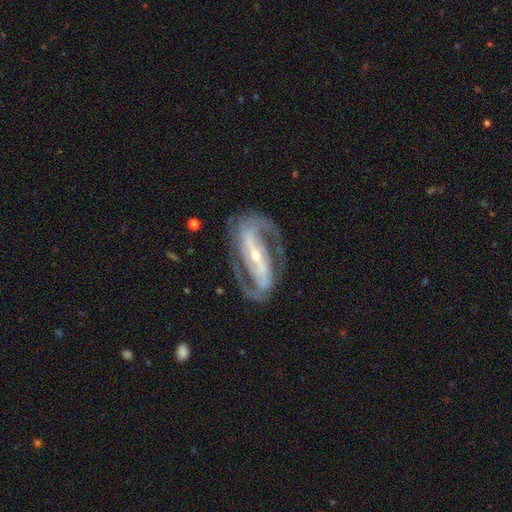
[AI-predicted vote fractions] Smooth or featured? featured or disk (91%)
Edge-on disk? no (94%)
Bar? strong (73%)
Spiral arms? yes (96%)
Spiral winding? medium (52%)
Spiral arm count? 2 (90%)
Bulge size? small (65%)
Merging? none (78%)